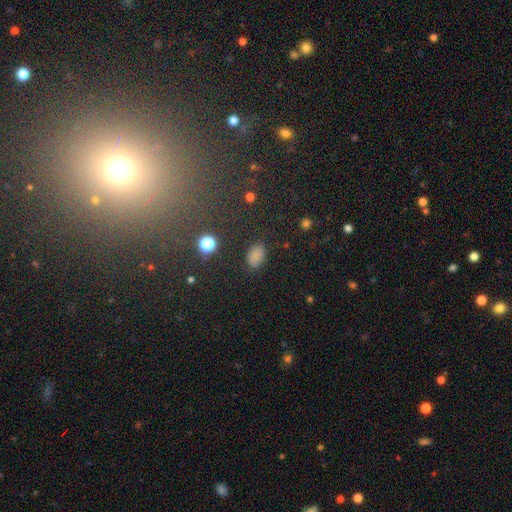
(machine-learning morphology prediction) Smooth or featured: smooth — 79% (star or artifact — 15%)
How rounded: in between — 85% (round — 14%)
Merging: none — 79% (minor disturbance — 14%)